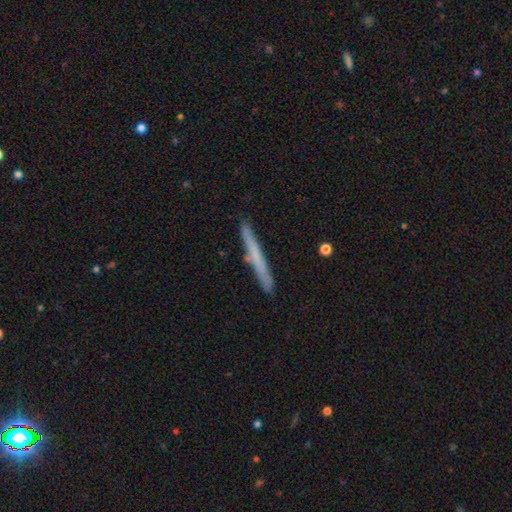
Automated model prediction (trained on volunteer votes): This appears to be a smooth galaxy with no disk features (53%) that is cigar-shaped (97%). Merging: none (88%).